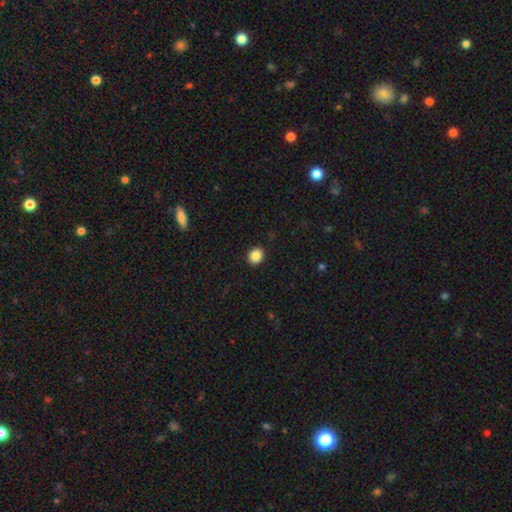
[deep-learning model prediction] This appears to be a smooth galaxy with no disk features (88%) that is round (69%). Merging: none (91%).